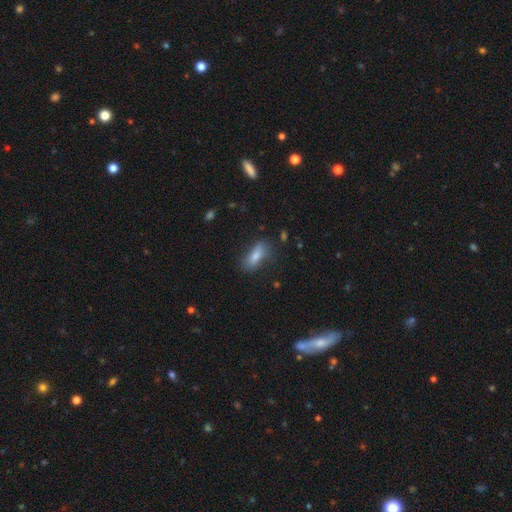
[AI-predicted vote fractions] A smooth galaxy with no disk features (70%) that is in between round and cigar-shaped (64%). Merging: none (71%).